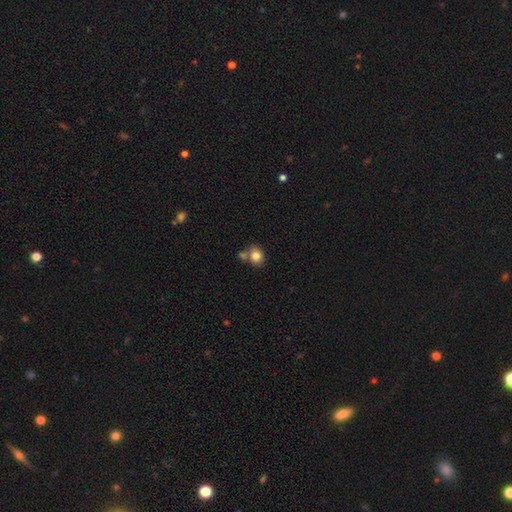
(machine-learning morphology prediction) type=smooth (82%); roundness=round (69%); merging=none (56%).